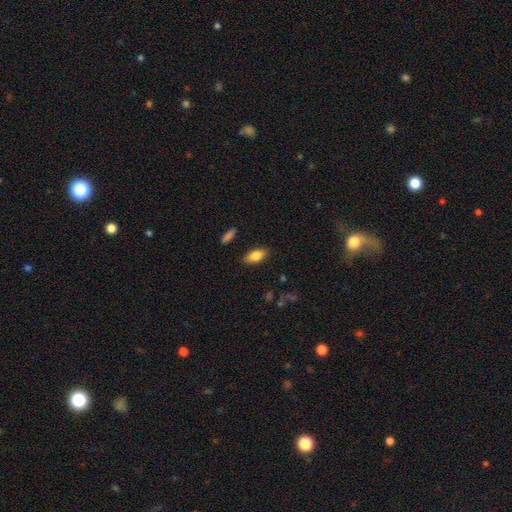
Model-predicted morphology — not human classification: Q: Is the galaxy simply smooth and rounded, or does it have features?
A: smooth — 82%.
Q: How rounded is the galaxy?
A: in between — 88%.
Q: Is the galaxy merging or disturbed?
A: none — 86%.